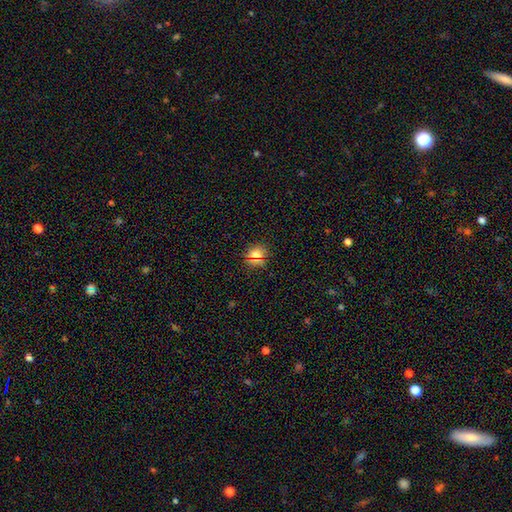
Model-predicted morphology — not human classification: This appears to be a smooth galaxy with no disk features (67%) that is round (81%). Merging: none (88%).